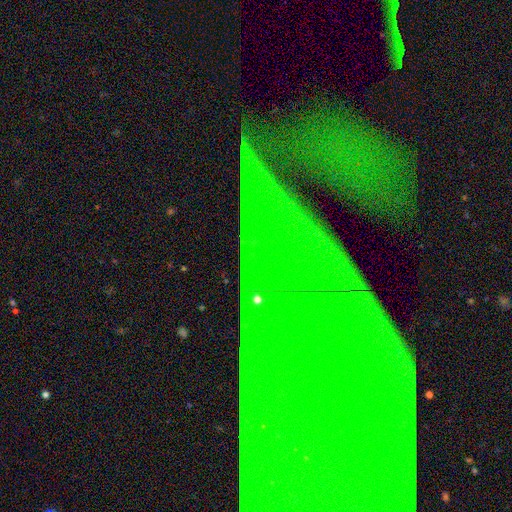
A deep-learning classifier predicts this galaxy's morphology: A star or artifact, not a galaxy (72%).

Vote fractions:
- Smooth or featured? star or artifact: 72% / featured or disk: 16% / smooth: 11%